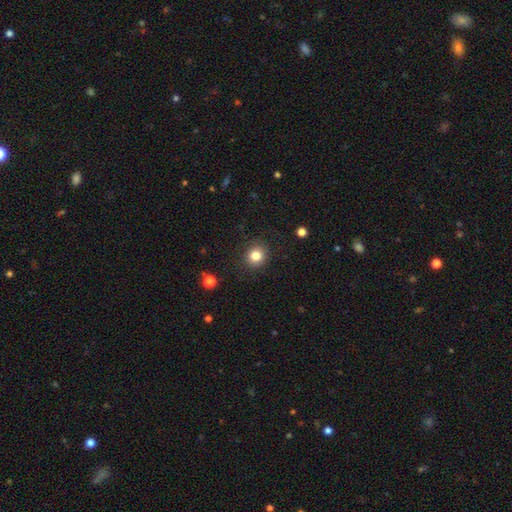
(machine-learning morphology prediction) Smooth or featured: smooth — 82% (star or artifact — 11%)
How rounded: round — 85% (in between — 14%)
Merging: none — 89% (minor disturbance — 8%)